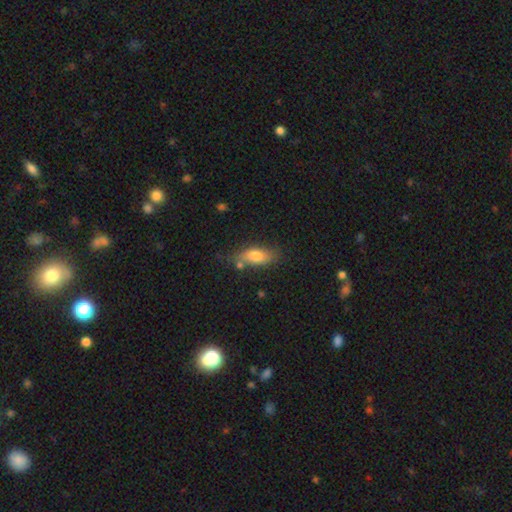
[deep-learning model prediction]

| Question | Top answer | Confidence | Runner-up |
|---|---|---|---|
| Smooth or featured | smooth | 74% | featured or disk (18%) |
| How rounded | in between | 80% | cigar-shaped (16%) |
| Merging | none | 63% | minor disturbance (22%) |